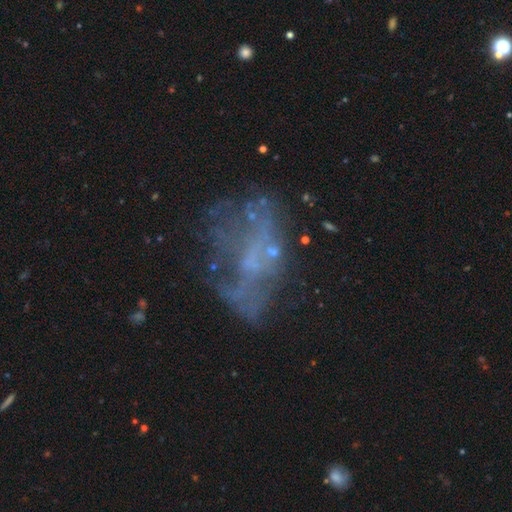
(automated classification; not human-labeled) featured or disk 61%, star or artifact 22%, smooth 17%. Down the decision tree: edge-on disk — no (96%); bar — no (86%); spiral arms — no (84%); bulge size — none (65%); merging — none (44%).